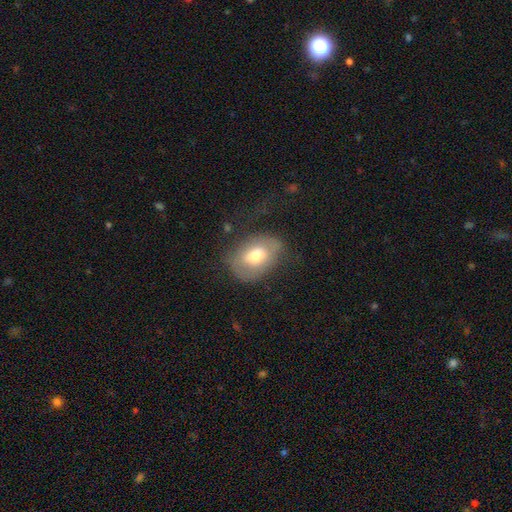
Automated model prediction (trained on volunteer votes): The model was most divided on "merging": none: 53%, minor disturbance: 26%, major disturbance: 18%, merger: 2%. More confident: how rounded — in between (78%); smooth or featured — smooth (62%).